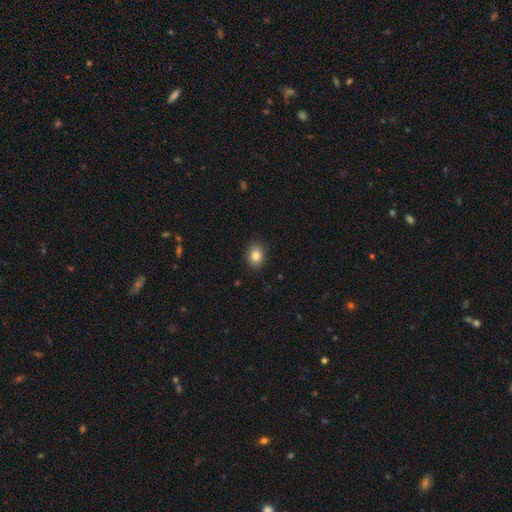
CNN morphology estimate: type=smooth (84%); roundness=in between (66%); merging=none (89%).